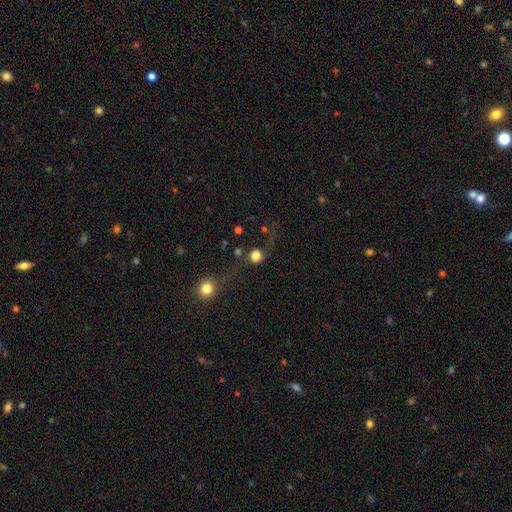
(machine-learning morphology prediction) This is likely a smooth galaxy (76%). How rounded: clearly round (87%). Merging: possibly none (54%).